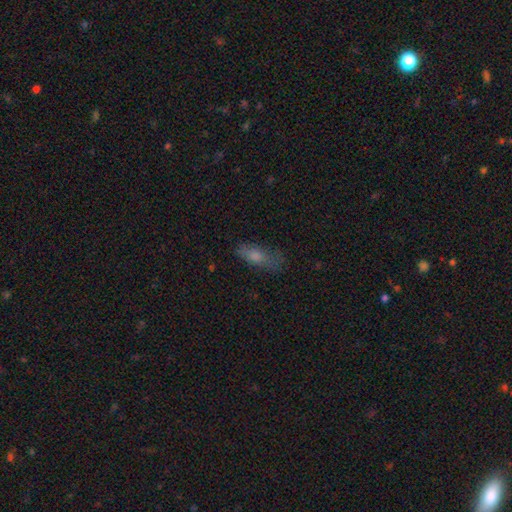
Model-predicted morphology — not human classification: Smooth or featured?
  - smooth: 70% *
  - featured or disk: 19%
  - star or artifact: 11%
How rounded?
  - in between: 65% *
  - cigar-shaped: 31%
  - round: 4%
Merging?
  - none: 61% *
  - minor disturbance: 25%
  - major disturbance: 12%
  - merger: 2%